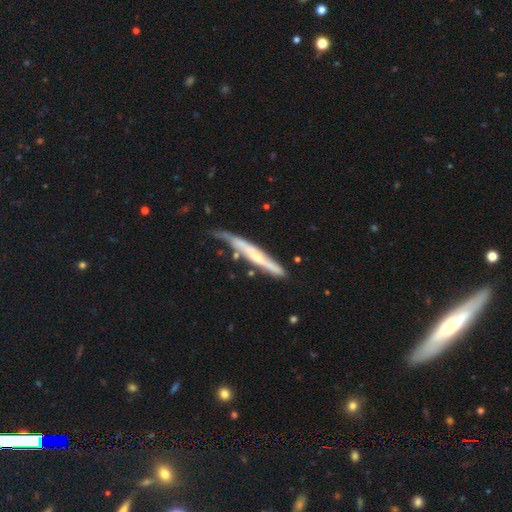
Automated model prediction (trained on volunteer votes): Q: Smooth or featured?
A: featured or disk (63%); runner-up: smooth (32%)
Q: Edge-on disk?
A: yes (89%); runner-up: no (11%)
Q: Edge-on bulge?
A: none (50%); runner-up: rounded (39%)
Q: Merging?
A: none (52%); runner-up: minor disturbance (33%)